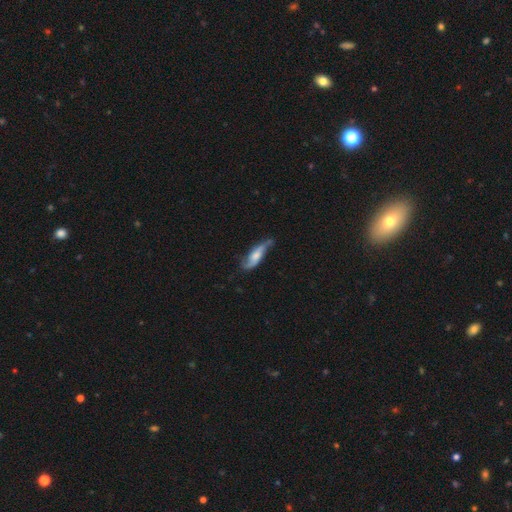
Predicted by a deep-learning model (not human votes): This appears to be a featured or disk galaxy (69%) with no bar (55%), spiral arms (91%) and a moderate central bulge (41%). Merging: none (57%).